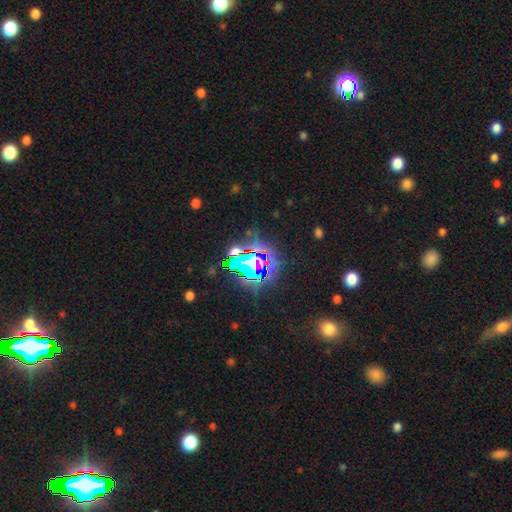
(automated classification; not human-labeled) smooth_or_featured: star or artifact (p=0.79) [alt: smooth p=0.12]